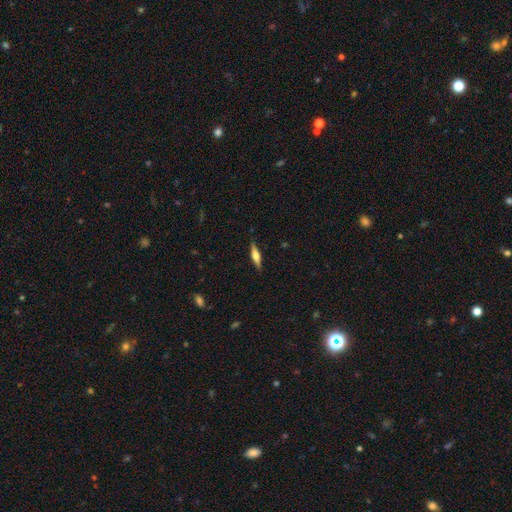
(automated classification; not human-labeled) Q: Smooth or featured?
A: featured or disk (55%); runner-up: smooth (38%)
Q: Edge-on disk?
A: yes (96%); runner-up: no (4%)
Q: Edge-on bulge?
A: rounded (86%); runner-up: boxy (10%)
Q: Merging?
A: none (88%); runner-up: minor disturbance (9%)